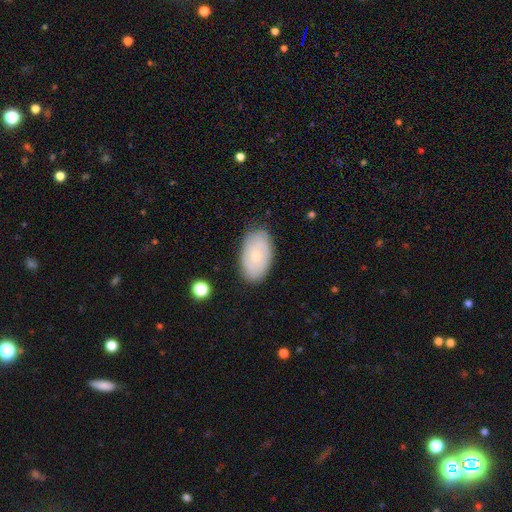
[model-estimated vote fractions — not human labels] This appears to be a smooth galaxy with no disk features (53%) that is in between round and cigar-shaped (93%). Merging: none (83%).